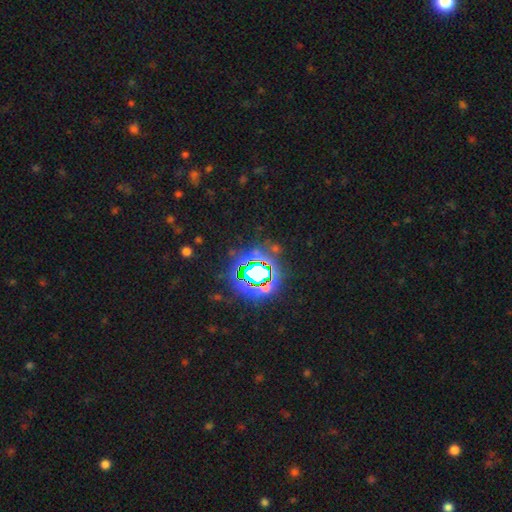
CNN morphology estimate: This appears to be a star or artifact, not a galaxy (84%).